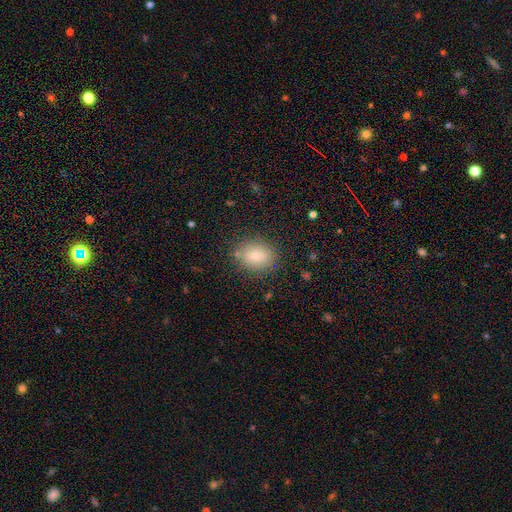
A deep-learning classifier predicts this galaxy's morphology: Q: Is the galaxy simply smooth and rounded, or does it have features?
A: smooth — 84%.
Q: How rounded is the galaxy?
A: in between — 52%.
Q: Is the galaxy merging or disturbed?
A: none — 82%.